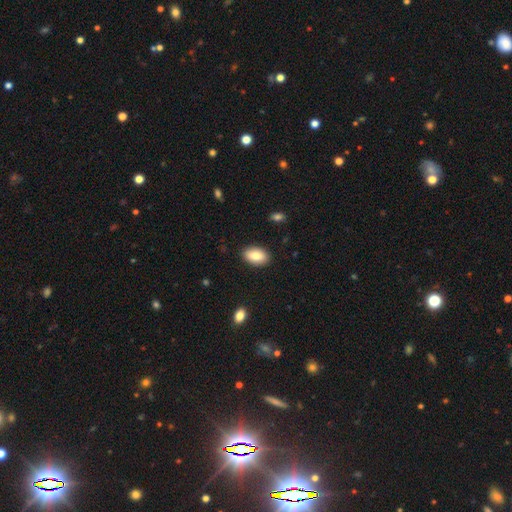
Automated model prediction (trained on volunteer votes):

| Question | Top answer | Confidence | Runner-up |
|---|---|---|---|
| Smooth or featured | smooth | 83% | featured or disk (10%) |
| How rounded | in between | 93% | round (5%) |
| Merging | none | 89% | minor disturbance (8%) |